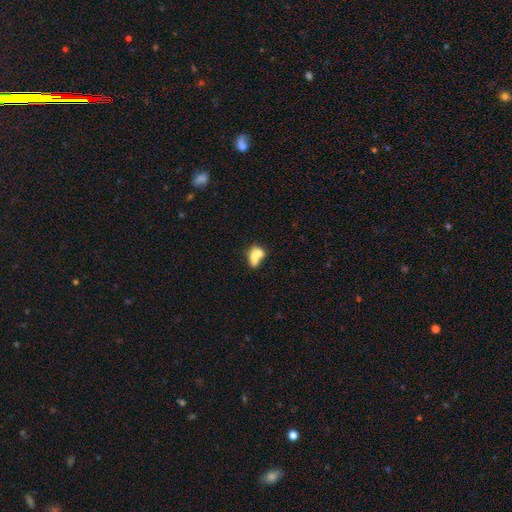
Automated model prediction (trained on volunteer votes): smooth 68%, featured or disk 23%, star or artifact 9%. Down the decision tree: how rounded — in between (72%); merging — merger (66%).